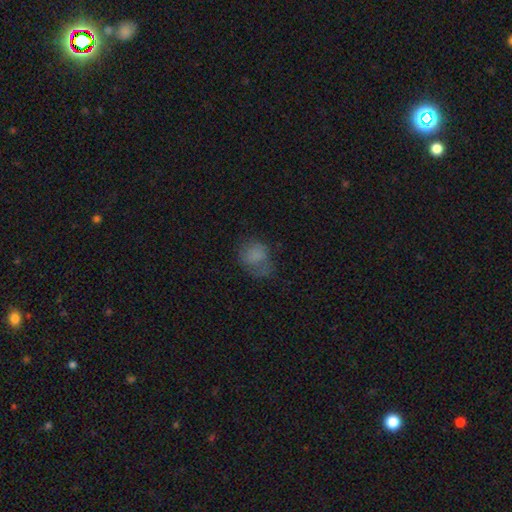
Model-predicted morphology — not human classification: smooth 67%, featured or disk 19%, star or artifact 15%. Down the decision tree: how rounded — round (53%); merging — none (44%).